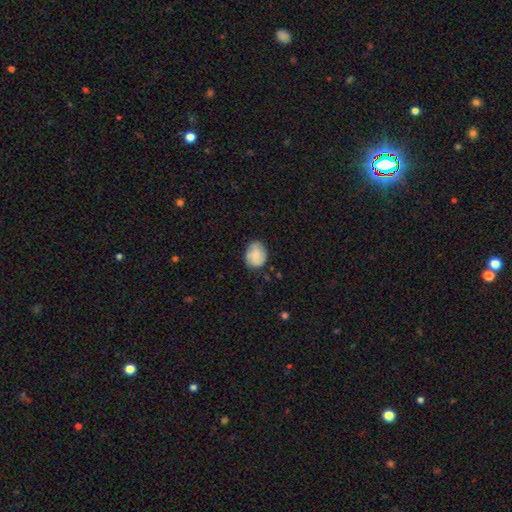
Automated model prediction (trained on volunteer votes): smooth-or-featured: smooth: 63% | featured or disk: 29% | star or artifact: 7%
  how-rounded: round: 51% | in between: 48% | cigar-shaped: 1%
  merging: none: 70% | minor disturbance: 24% | major disturbance: 5% | merger: 1%